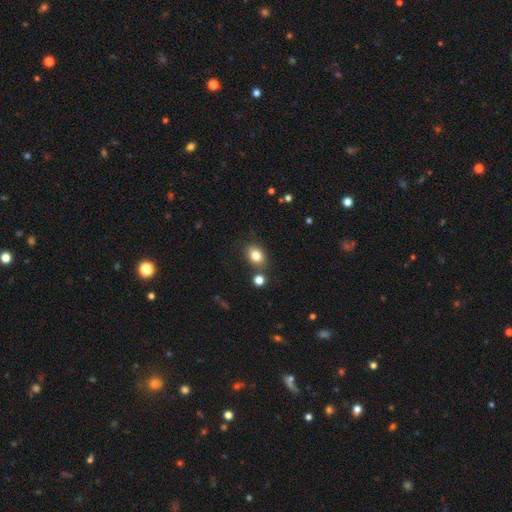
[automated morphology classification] This is clearly a smooth galaxy (80%). How rounded: likely in between (62%). Merging: likely none (76%).